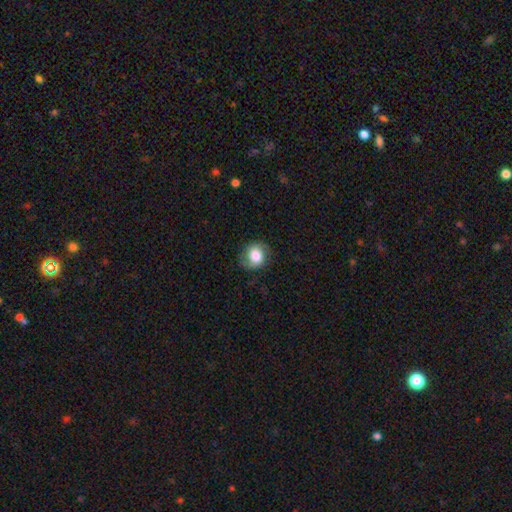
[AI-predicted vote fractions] smooth_or_featured: smooth (p=0.69) [alt: featured or disk p=0.22]
how_rounded: round (p=0.68) [alt: in between p=0.31]
merging: none (p=0.77) [alt: minor disturbance p=0.16]